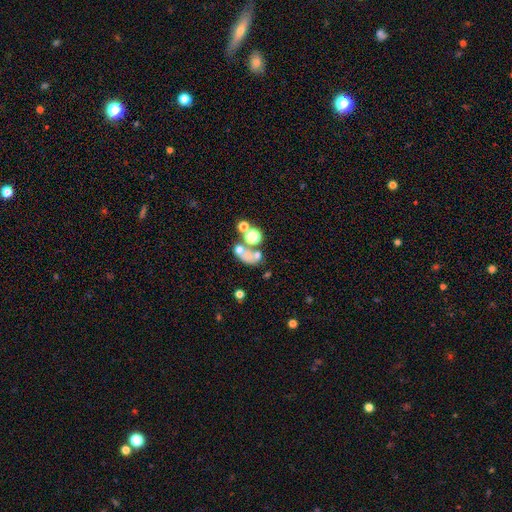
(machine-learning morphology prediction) Smooth or featured?
  - smooth: 51% *
  - featured or disk: 25%
  - star or artifact: 24%
How rounded?
  - in between: 52% *
  - round: 45%
  - cigar-shaped: 3%
Merging?
  - merger: 44% *
  - none: 32%
  - major disturbance: 13%
  - minor disturbance: 11%